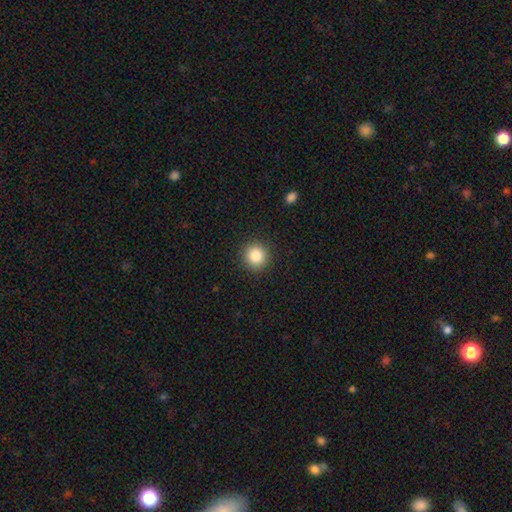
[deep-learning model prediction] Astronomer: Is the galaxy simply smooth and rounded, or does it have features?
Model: smooth — 85%.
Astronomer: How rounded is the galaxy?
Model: round — 92%.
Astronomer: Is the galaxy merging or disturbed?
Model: none — 91%.